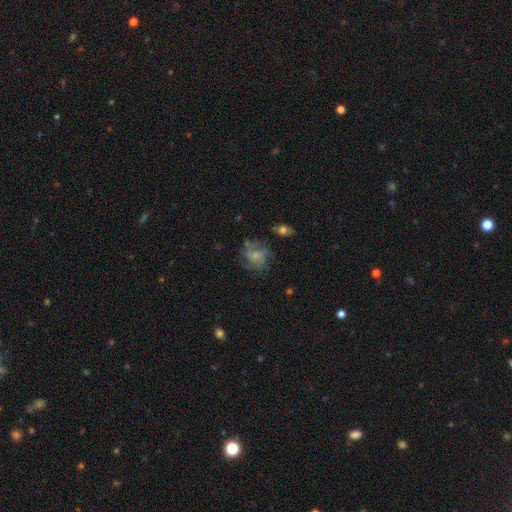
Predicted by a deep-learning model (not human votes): Smooth or featured? featured or disk (56%)
Edge-on disk? no (98%)
Bar? no (75%)
Spiral arms? yes (73%)
Bulge size? small (54%)
Merging? none (58%)